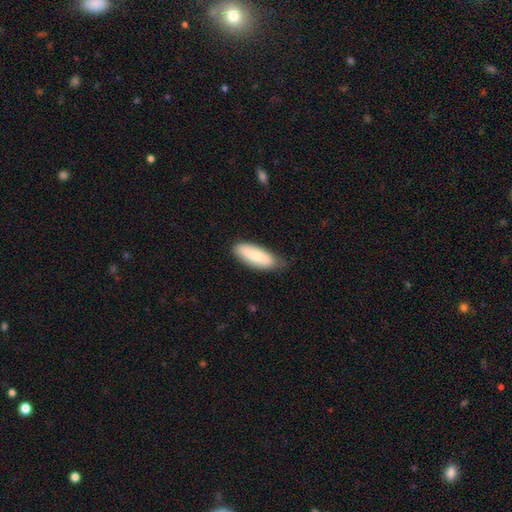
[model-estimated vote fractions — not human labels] A smooth galaxy with no disk features (71%) that is in between round and cigar-shaped (74%).

Vote fractions:
- Smooth or featured? smooth: 71% / featured or disk: 23% / star or artifact: 6%
- How rounded? in between: 74% / cigar-shaped: 24% / round: 2%
- Merging? none: 72% / minor disturbance: 23% / major disturbance: 4% / merger: 1%